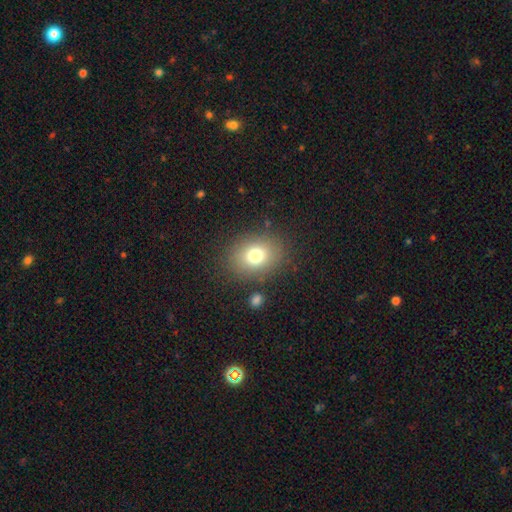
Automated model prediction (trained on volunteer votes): Smooth or featured? Predicted: smooth (p=0.76). How rounded? Predicted: in between (p=0.60). Merging? Predicted: none (p=0.84).